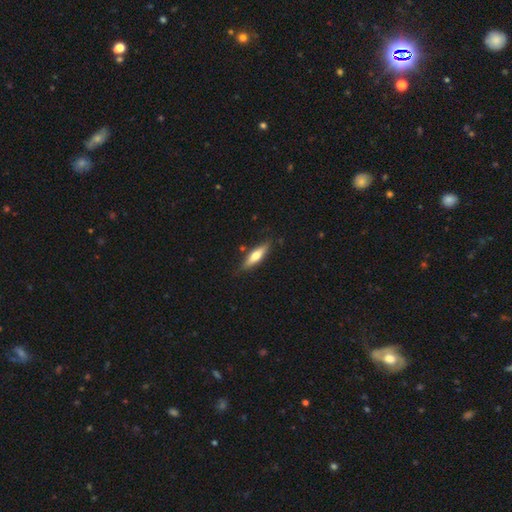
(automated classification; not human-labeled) smooth-or-featured: smooth: 59% | featured or disk: 36% | star or artifact: 6%
  how-rounded: cigar-shaped: 66% | in between: 32% | round: 2%
  merging: none: 83% | minor disturbance: 12% | major disturbance: 2% | merger: 2%